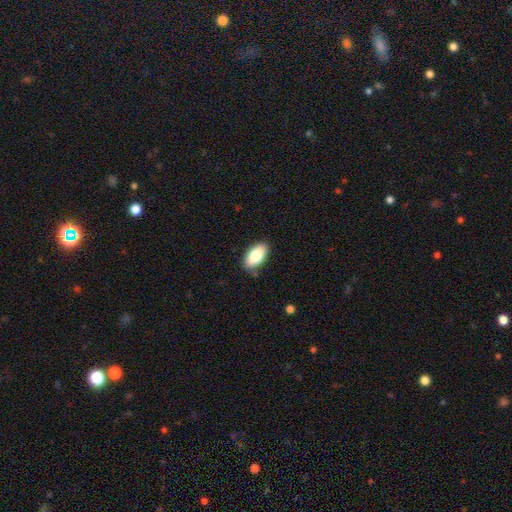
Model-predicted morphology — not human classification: This appears to be a smooth galaxy with no disk features (82%) that is in between round and cigar-shaped (94%). Merging: none (86%).